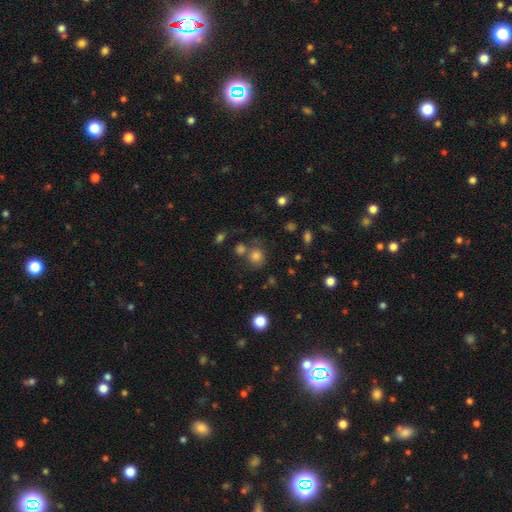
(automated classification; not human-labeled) smooth-or-featured: smooth: 76% | star or artifact: 15% | featured or disk: 9%
  how-rounded: round: 81% | in between: 18% | cigar-shaped: 1%
  merging: none: 61% | merger: 19% | minor disturbance: 13% | major disturbance: 7%